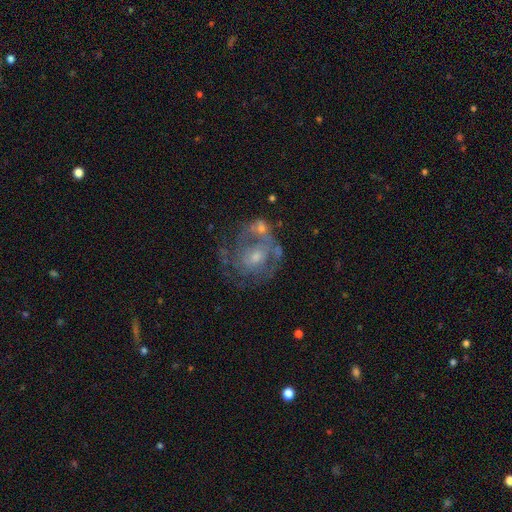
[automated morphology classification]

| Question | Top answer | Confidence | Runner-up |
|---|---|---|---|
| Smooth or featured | featured or disk | 72% | smooth (19%) |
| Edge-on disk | no | 97% | yes (3%) |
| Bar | no | 73% | weak (22%) |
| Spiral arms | yes | 59% | no (41%) |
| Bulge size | small | 49% | moderate (43%) |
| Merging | none | 46% | major disturbance (18%) |